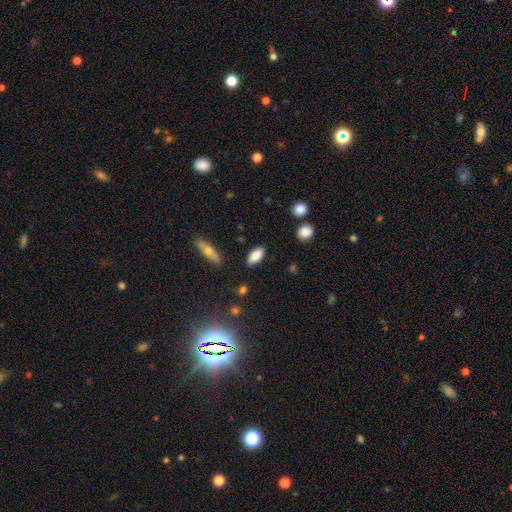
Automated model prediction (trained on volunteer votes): Smooth or featured: smooth — 81% (featured or disk — 11%)
How rounded: in between — 82% (cigar-shaped — 15%)
Merging: none — 85% (minor disturbance — 11%)